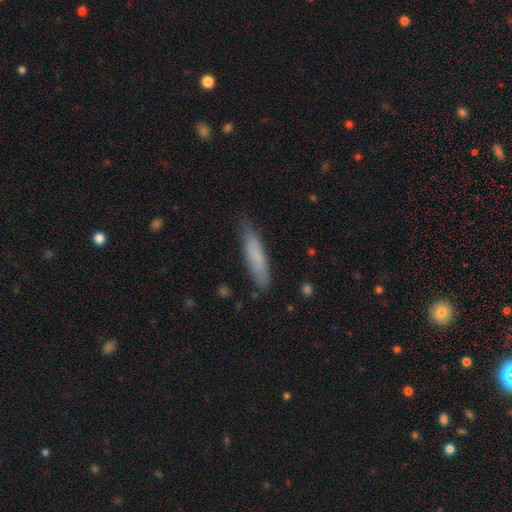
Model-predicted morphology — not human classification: Smooth or featured? smooth (76%)
How rounded? cigar-shaped (81%)
Merging? none (78%)